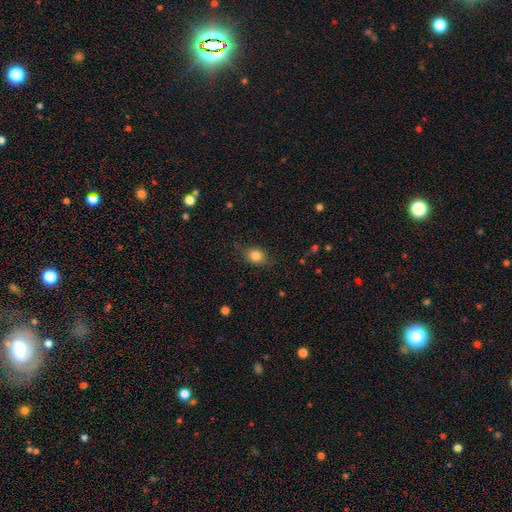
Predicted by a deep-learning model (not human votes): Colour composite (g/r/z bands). It shows a smooth galaxy with no disk features (83%) that is in between round and cigar-shaped (58%). Merging: none (75%).